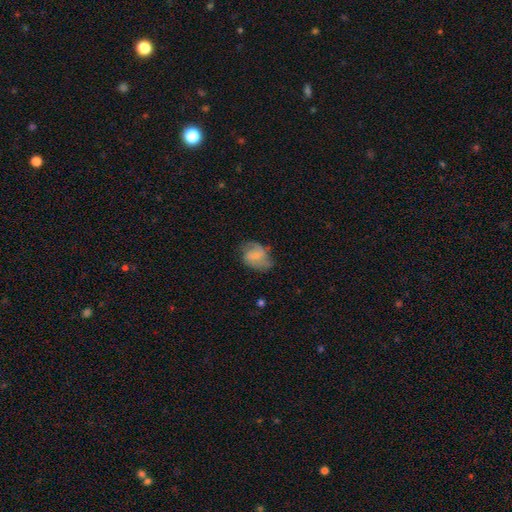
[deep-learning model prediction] A featured or disk galaxy (46%, tied with smooth).

Vote fractions:
- Smooth or featured? featured or disk: 46% (tied) / smooth: 46% (tied) / star or artifact: 8%
- Merging? none: 52% / minor disturbance: 30% / major disturbance: 16% / merger: 2%